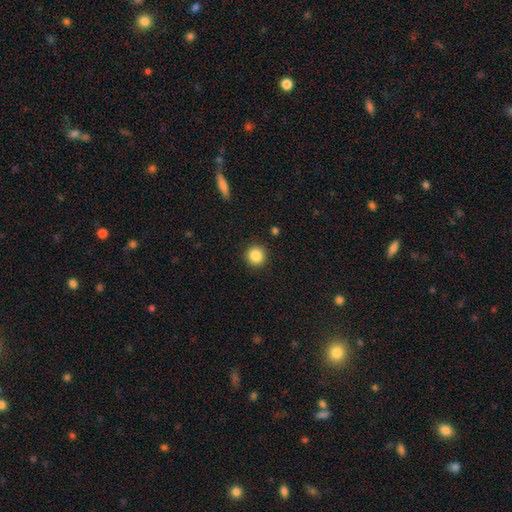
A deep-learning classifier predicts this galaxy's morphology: smooth-or-featured: smooth: 86% | star or artifact: 9% | featured or disk: 4%
  how-rounded: round: 93% | in between: 6% | cigar-shaped: 1%
  merging: none: 91% | minor disturbance: 6% | major disturbance: 2% | merger: 1%